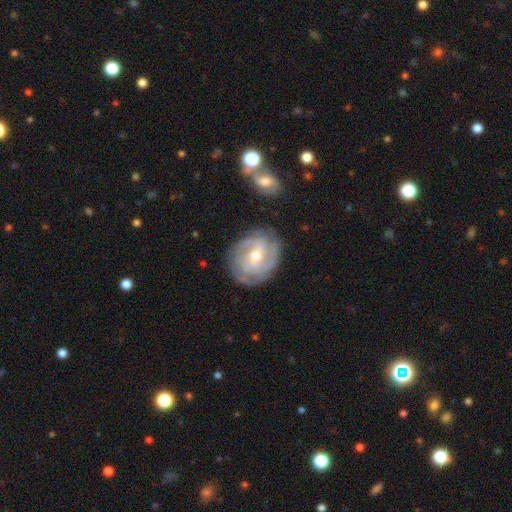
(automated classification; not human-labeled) Smooth or featured? Predicted: featured or disk (p=0.84). Edge-on disk? Predicted: no (p=0.97). Bar? Predicted: weak (p=0.45). Spiral arms? Predicted: yes (p=0.94). Spiral winding? Predicted: tight (p=0.63). Spiral arm count? Predicted: 3 (p=0.31). Bulge size? Predicted: moderate (p=0.52). Merging? Predicted: none (p=0.77).